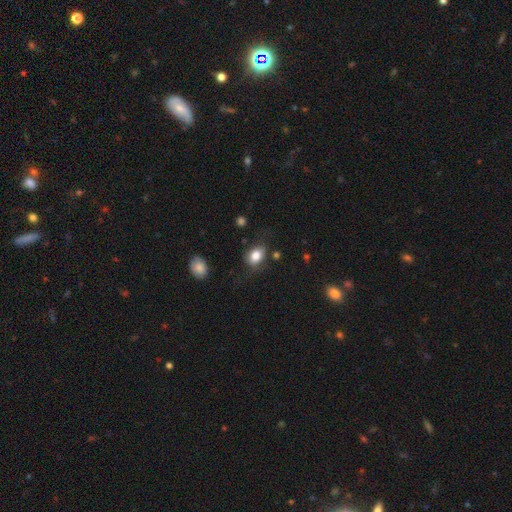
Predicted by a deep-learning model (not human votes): A smooth galaxy with no disk features (83%) that is in between round and cigar-shaped (71%). Merging: none (68%).